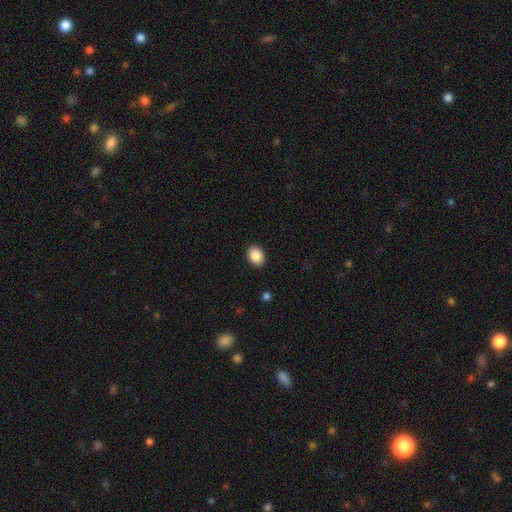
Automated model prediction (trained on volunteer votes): smooth_or_featured: smooth (p=0.88) [alt: star or artifact p=0.08]
how_rounded: in between (p=0.56) [alt: round p=0.43]
merging: none (p=0.90) [alt: minor disturbance p=0.07]